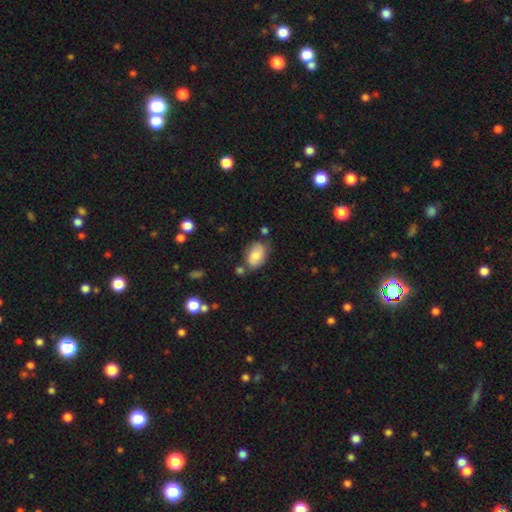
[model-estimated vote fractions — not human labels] smooth 75%, featured or disk 17%, star or artifact 8%. Down the decision tree: how rounded — in between (87%); merging — none (64%).